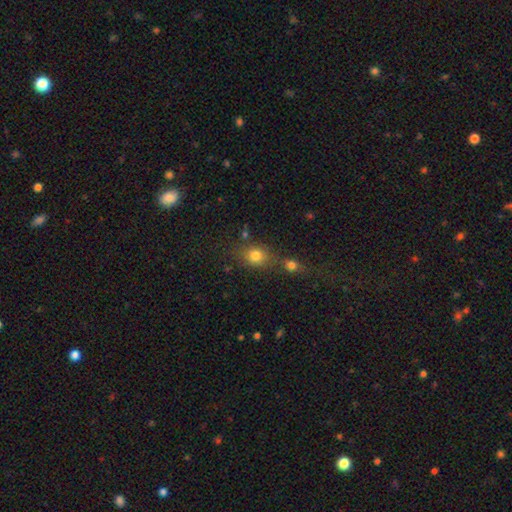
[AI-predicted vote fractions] Smooth or featured? Predicted: smooth (p=0.77). How rounded? Predicted: round (p=0.59). Merging? Predicted: none (p=0.58).